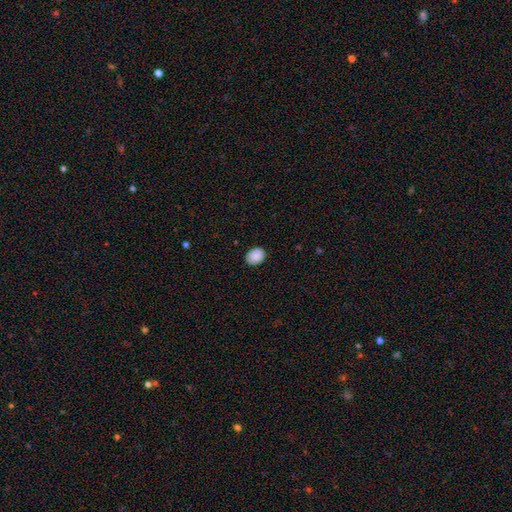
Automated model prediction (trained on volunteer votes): A smooth galaxy with no disk features (89%) that is in between round and cigar-shaped (51%).

Vote fractions:
- Smooth or featured? smooth: 89% / star or artifact: 7% / featured or disk: 4%
- How rounded? in between: 51% / round: 48% / cigar-shaped: 1%
- Merging? none: 87% / minor disturbance: 10% / major disturbance: 2% / merger: 1%